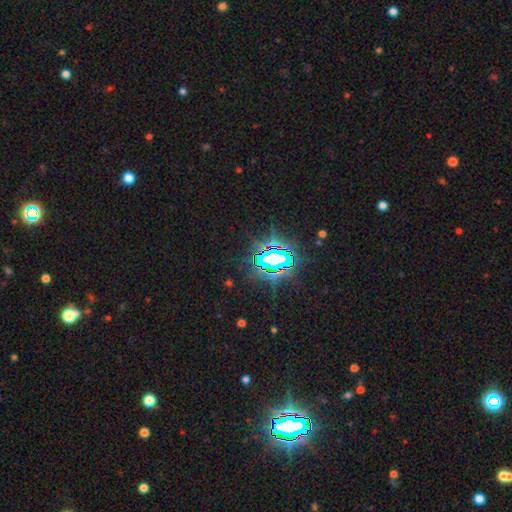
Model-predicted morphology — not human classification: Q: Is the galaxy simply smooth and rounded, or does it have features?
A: star or artifact — 85%.